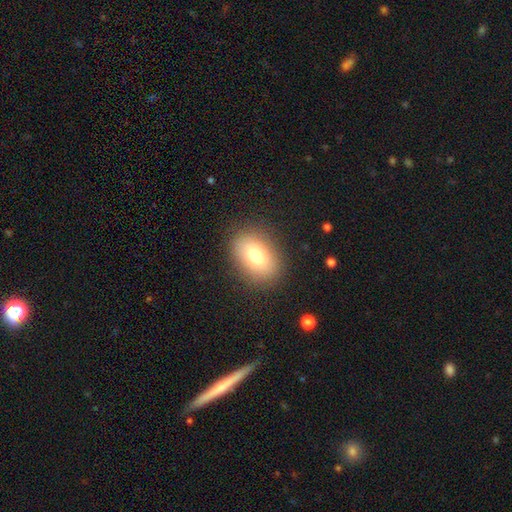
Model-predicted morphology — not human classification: type=smooth (79%); roundness=in between (82%); merging=none (85%).